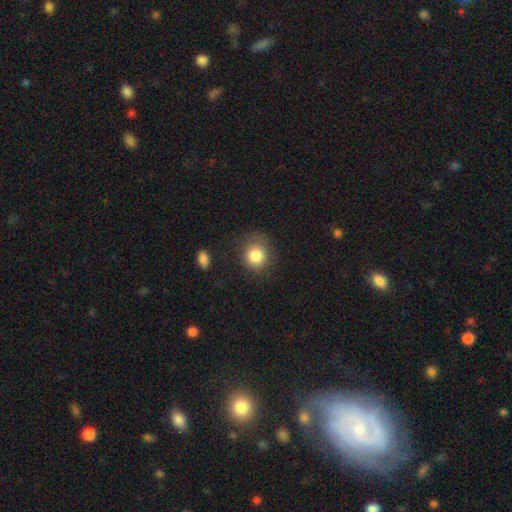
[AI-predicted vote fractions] smooth_or_featured: smooth (p=0.84) [alt: star or artifact p=0.09]
how_rounded: round (p=0.81) [alt: in between p=0.18]
merging: none (p=0.75) [alt: minor disturbance p=0.17]